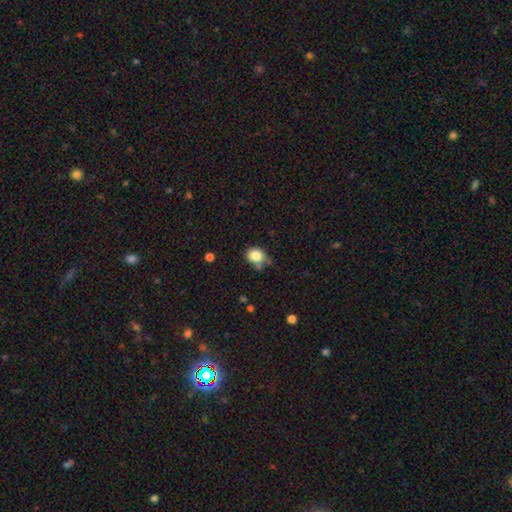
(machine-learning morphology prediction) A smooth galaxy with no disk features (83%) that is round (74%).

Vote fractions:
- Smooth or featured? smooth: 83% / star or artifact: 10% / featured or disk: 6%
- How rounded? round: 74% / in between: 25% / cigar-shaped: 1%
- Merging? none: 65% / minor disturbance: 21% / merger: 9% / major disturbance: 5%